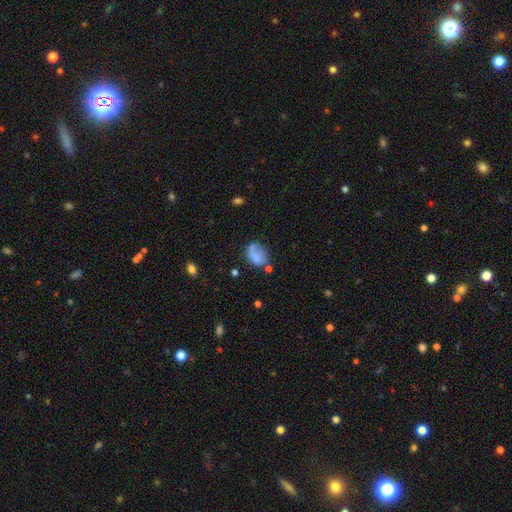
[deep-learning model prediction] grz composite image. It shows a smooth galaxy with no disk features (67%) that is in between round and cigar-shaped (70%). Merging: none (40%).